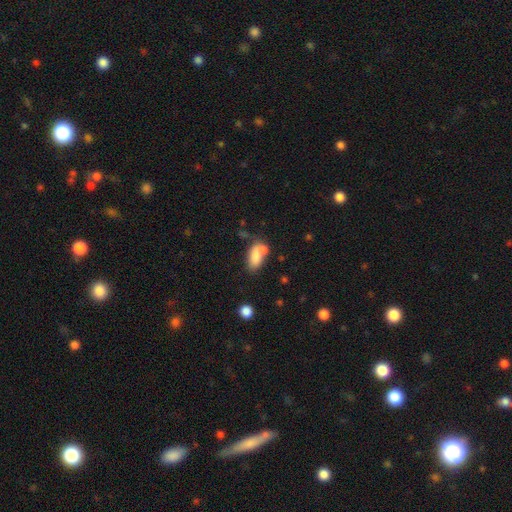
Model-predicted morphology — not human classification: Overall: smooth (79%). How rounded: in between (89%). Merging: none (42%; merger 34%).